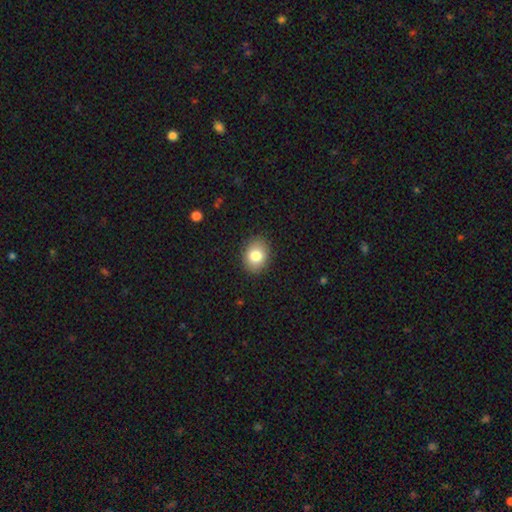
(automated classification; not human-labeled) This is clearly a smooth galaxy (83%). How rounded: possibly in between (58%). Merging: clearly none (89%).